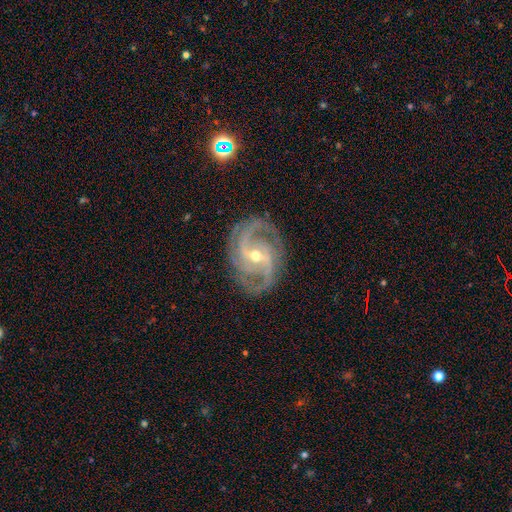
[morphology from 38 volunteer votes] Smooth or featured? 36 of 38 (95%) said featured or disk. Edge-on disk? 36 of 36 (100%) said no. Bar? 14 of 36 (39%, tied with no) said weak. Spiral arms? 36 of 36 (100%) said yes. Spiral winding? 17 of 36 (47%) said medium. Spiral arm count? 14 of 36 (39%) said 3. Bulge size? 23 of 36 (64%) said moderate. Merging? 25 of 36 (69%) said none.